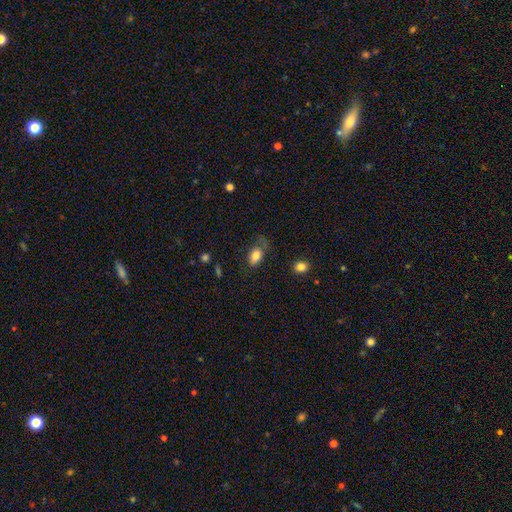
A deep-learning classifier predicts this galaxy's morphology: Smooth or featured? Predicted: smooth (p=0.81). How rounded? Predicted: in between (p=0.87). Merging? Predicted: none (p=0.56).